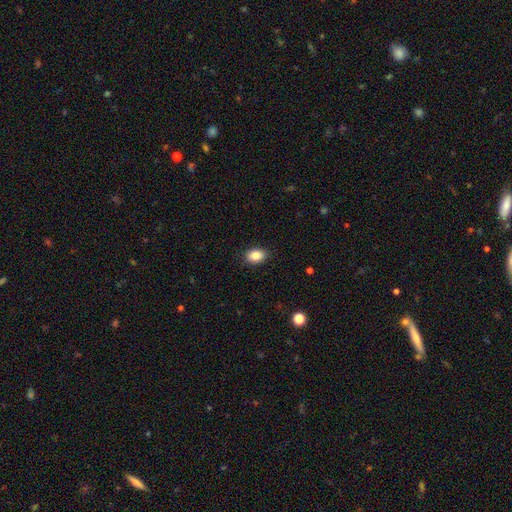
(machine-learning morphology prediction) smooth_or_featured: smooth (p=0.86) [alt: star or artifact p=0.08]
how_rounded: in between (p=0.78) [alt: round p=0.21]
merging: none (p=0.88) [alt: minor disturbance p=0.09]